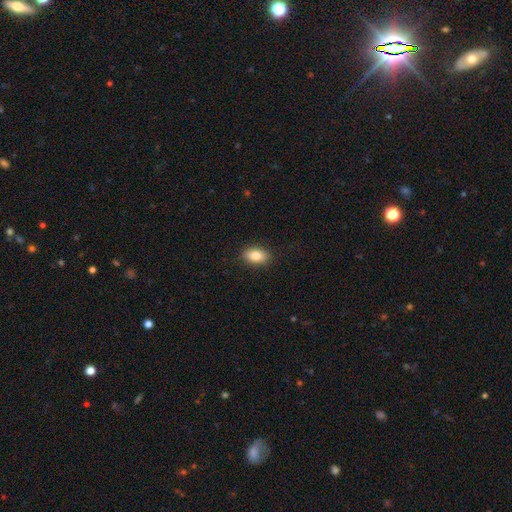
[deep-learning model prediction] smooth-or-featured: smooth: 85% | star or artifact: 8% | featured or disk: 7%
  how-rounded: in between: 87% | round: 10% | cigar-shaped: 3%
  merging: none: 88% | minor disturbance: 9% | major disturbance: 2% | merger: 1%